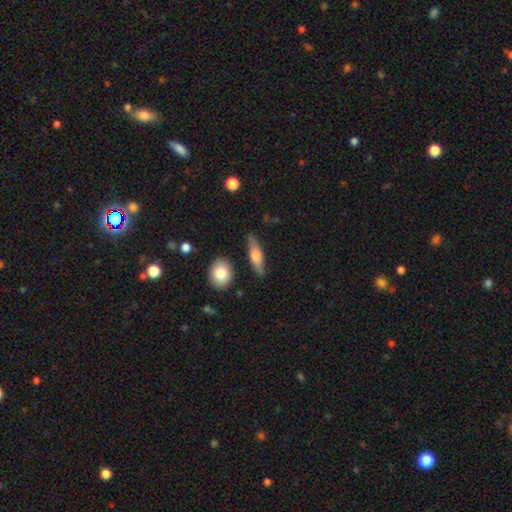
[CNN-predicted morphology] smooth-or-featured: smooth: 50% | featured or disk: 44% | star or artifact: 6%
  how-rounded: cigar-shaped: 55% | in between: 40% | round: 5%
  merging: none: 81% | minor disturbance: 13% | major disturbance: 3% | merger: 3%